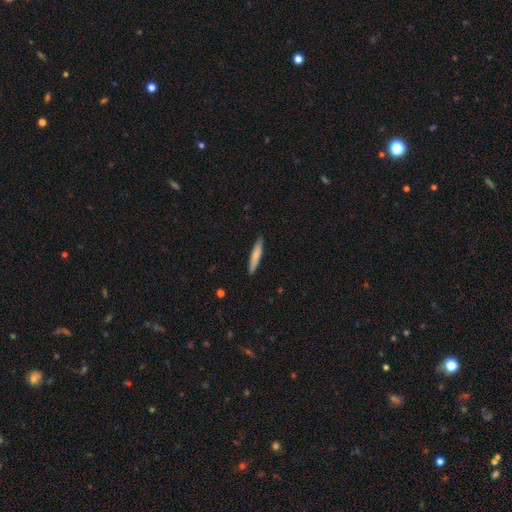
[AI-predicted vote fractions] A smooth galaxy with no disk features (77%) that is cigar-shaped (92%). Merging: none (90%).